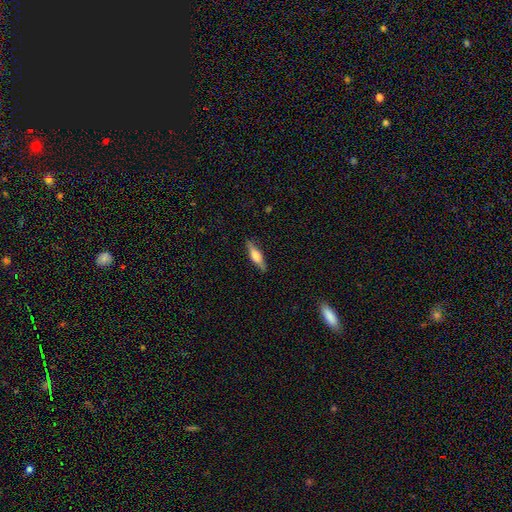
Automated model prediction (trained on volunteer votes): Smooth or featured: featured or disk — 52% (smooth — 42%)
Edge-on disk: yes — 93% (no — 7%)
Merging: none — 85% (minor disturbance — 11%)